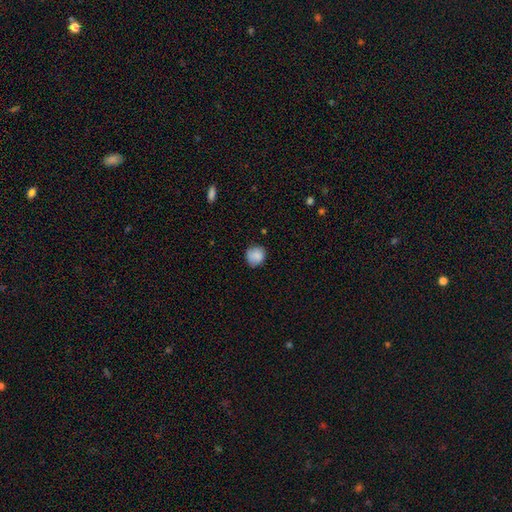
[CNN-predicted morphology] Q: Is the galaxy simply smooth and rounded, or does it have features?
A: smooth — 86%.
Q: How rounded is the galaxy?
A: round — 84%.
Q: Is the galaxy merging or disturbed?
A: none — 77%.